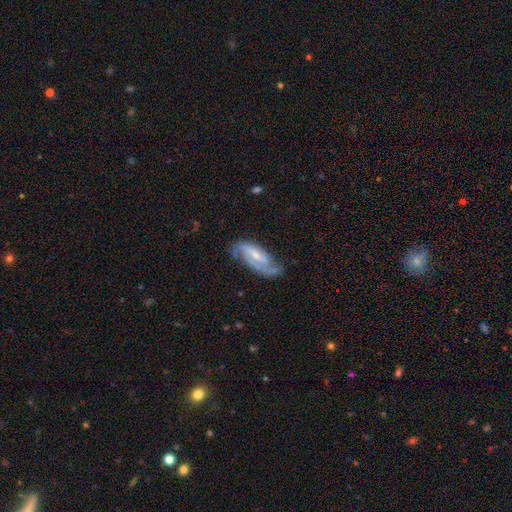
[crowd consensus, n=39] Smooth or featured? 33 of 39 (85%) said featured or disk. Edge-on disk? 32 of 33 (97%) said no. Bar? 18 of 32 (56%) said weak. Spiral arms? 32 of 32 (100%) said yes. Spiral winding? 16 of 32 (50%) said medium. Spiral arm count? 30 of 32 (94%) said 2. Bulge size? 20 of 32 (62%) said moderate. Merging? 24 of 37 (65%) said none.